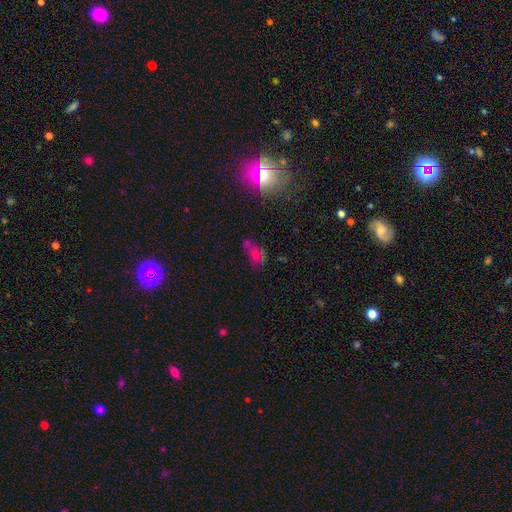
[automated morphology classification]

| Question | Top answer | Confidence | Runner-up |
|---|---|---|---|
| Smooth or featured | smooth | 48% | star or artifact (35%) |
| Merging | none | 43% | merger (21%) |